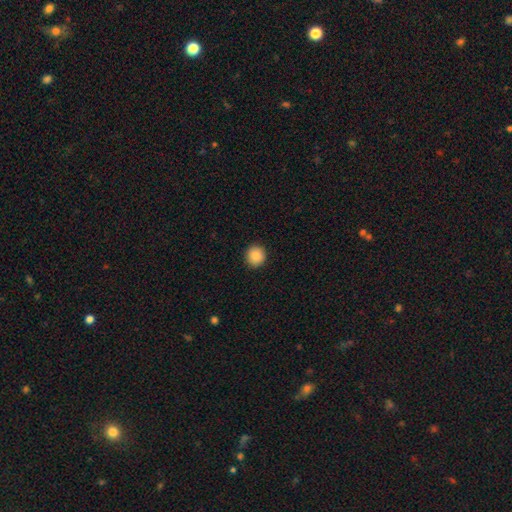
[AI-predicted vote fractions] Q: Smooth or featured?
A: smooth (88%); runner-up: star or artifact (8%)
Q: How rounded?
A: round (92%); runner-up: in between (7%)
Q: Merging?
A: none (92%); runner-up: minor disturbance (5%)